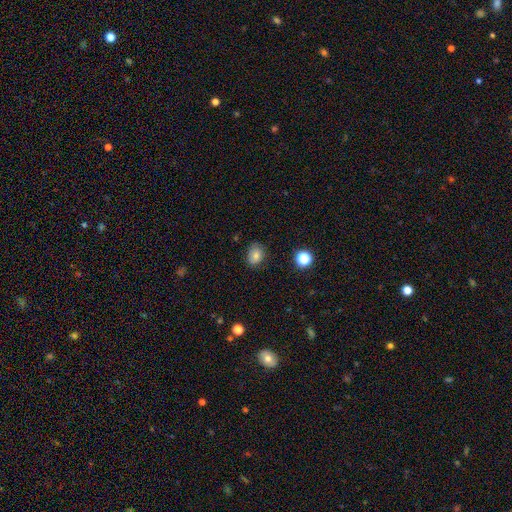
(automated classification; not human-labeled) A smooth galaxy with no disk features (75%) that is in between round and cigar-shaped (56%).

Vote fractions:
- Smooth or featured? smooth: 75% / featured or disk: 13% / star or artifact: 12%
- How rounded? in between: 56% / round: 43% / cigar-shaped: 1%
- Merging? none: 75% / minor disturbance: 20% / major disturbance: 4% / merger: 1%